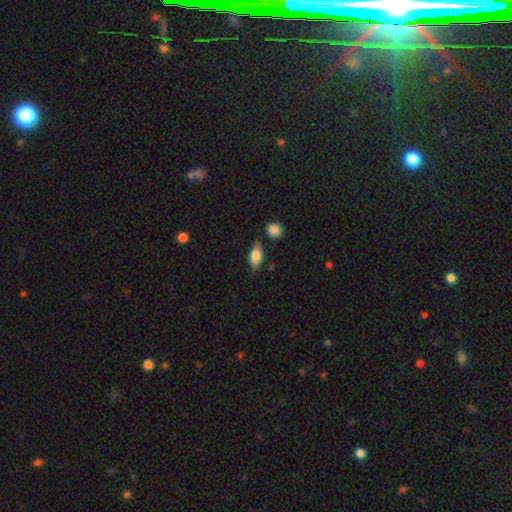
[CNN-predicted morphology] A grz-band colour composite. It shows a smooth galaxy with no disk features (75%) that is in between round and cigar-shaped (84%). Merging: none (73%).